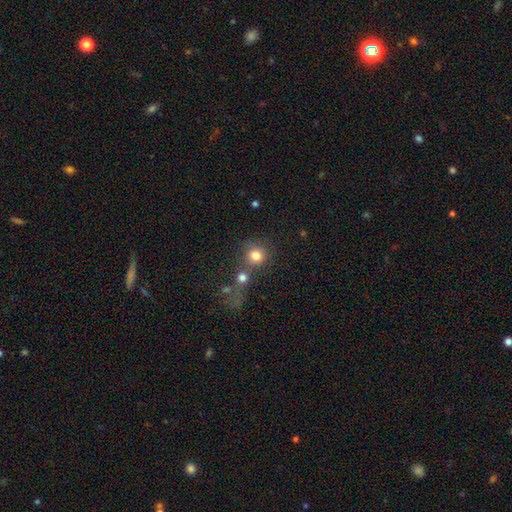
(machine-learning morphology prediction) Smooth or featured?
  - smooth: 79% *
  - star or artifact: 12%
  - featured or disk: 8%
How rounded?
  - round: 90% *
  - in between: 9%
  - cigar-shaped: 1%
Merging?
  - none: 56% *
  - merger: 27%
  - minor disturbance: 9%
  - major disturbance: 7%